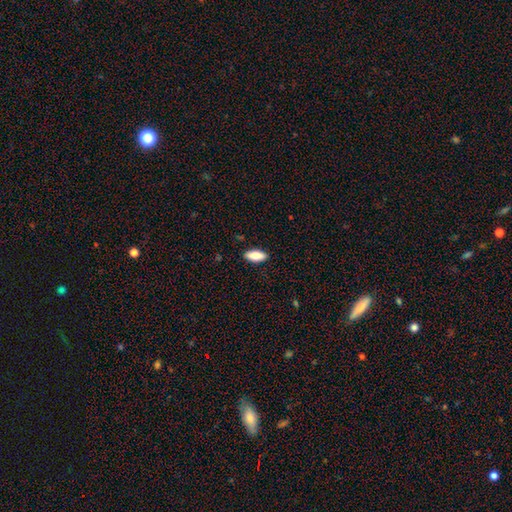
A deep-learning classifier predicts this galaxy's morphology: This appears to be a smooth galaxy with no disk features (83%) that is in between round and cigar-shaped (83%). Merging: none (89%).